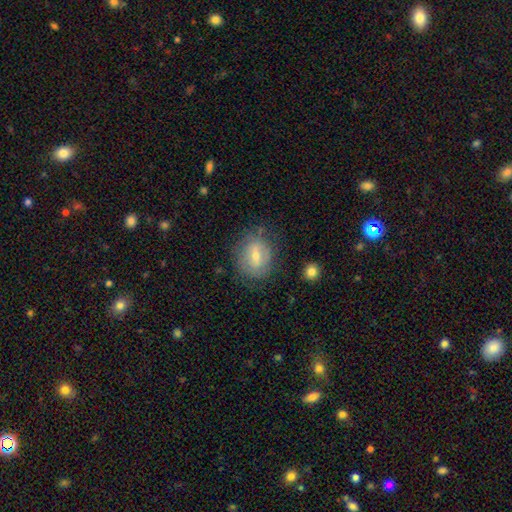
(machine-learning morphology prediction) Smooth or featured?
  - smooth: 46% * (tied)
  - featured or disk: 46% * (tied)
  - star or artifact: 8%
Merging?
  - none: 71% *
  - minor disturbance: 19%
  - major disturbance: 8%
  - merger: 2%